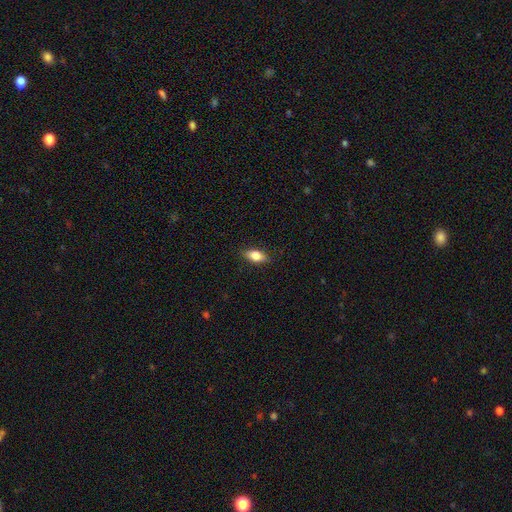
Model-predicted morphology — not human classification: Overall: smooth (79%). How rounded: in between (84%). Merging: none (86%).